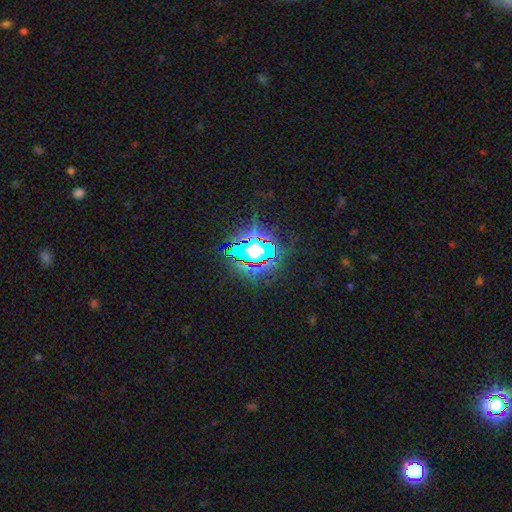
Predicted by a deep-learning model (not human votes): Smooth or featured: star or artifact — 71% (smooth — 15%)